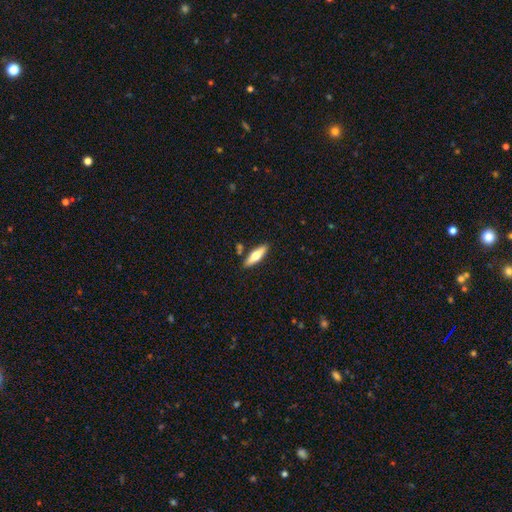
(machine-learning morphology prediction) This is possibly a smooth galaxy (55%). How rounded: likely cigar-shaped (60%). Merging: clearly none (84%).